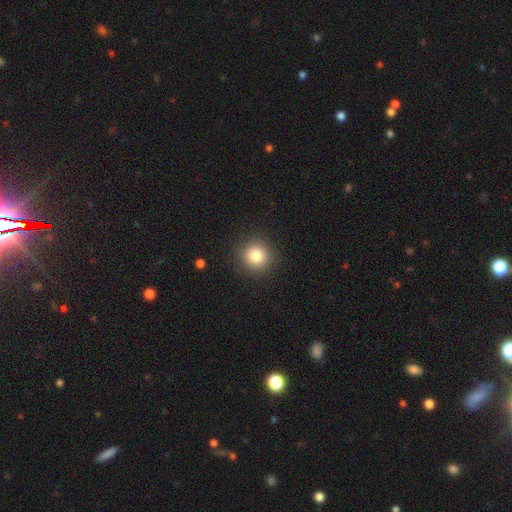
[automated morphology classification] The model was most divided on "smooth or featured": smooth: 82%, star or artifact: 11%, featured or disk: 6%. More confident: how rounded — round (93%); merging — none (91%).